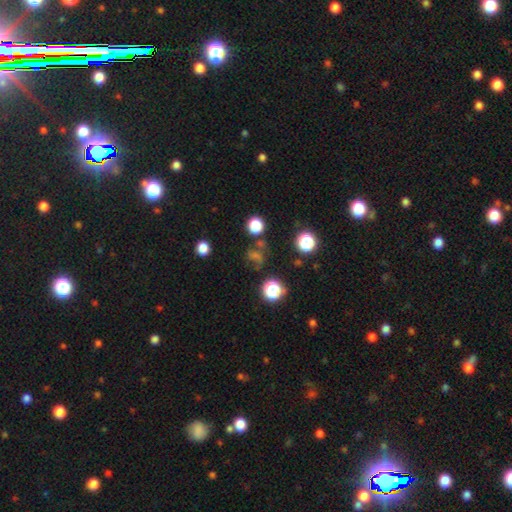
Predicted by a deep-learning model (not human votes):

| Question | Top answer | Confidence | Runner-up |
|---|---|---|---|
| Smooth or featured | smooth | 43% | star or artifact (38%) |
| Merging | none | 66% | minor disturbance (16%) |